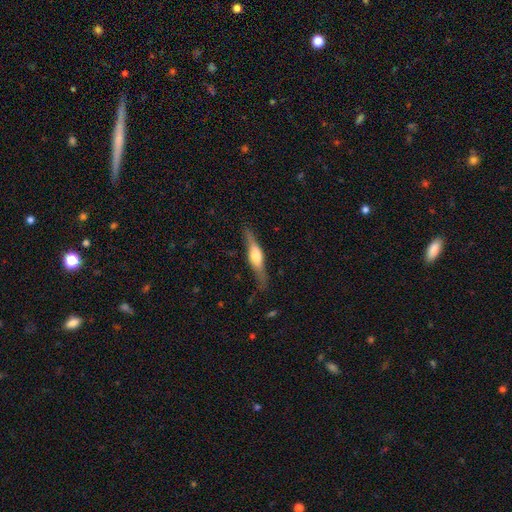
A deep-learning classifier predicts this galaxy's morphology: Smooth or featured? featured or disk (66%)
Edge-on disk? yes (95%)
Edge-on bulge? rounded (88%)
Merging? none (80%)